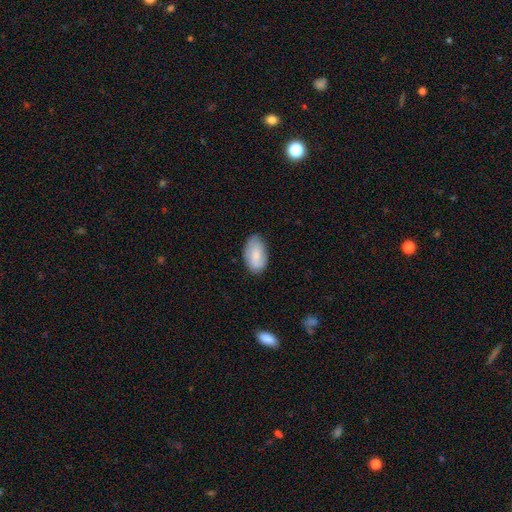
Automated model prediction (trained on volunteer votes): A smooth galaxy with no disk features (76%) that is in between round and cigar-shaped (94%).

Vote fractions:
- Smooth or featured? smooth: 76% / featured or disk: 18% / star or artifact: 6%
- How rounded? in between: 94% / round: 4% / cigar-shaped: 2%
- Merging? none: 79% / minor disturbance: 17% / major disturbance: 3% / merger: 1%